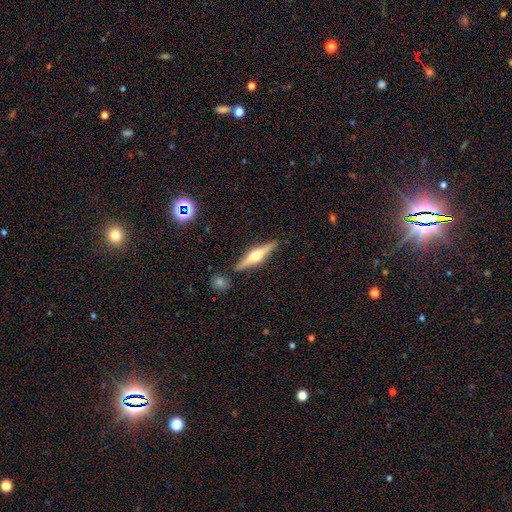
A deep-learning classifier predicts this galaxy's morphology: Smooth or featured? Predicted: featured or disk (p=0.66). Edge-on disk? Predicted: yes (p=0.96). Edge-on bulge? Predicted: rounded (p=0.93). Merging? Predicted: none (p=0.86).